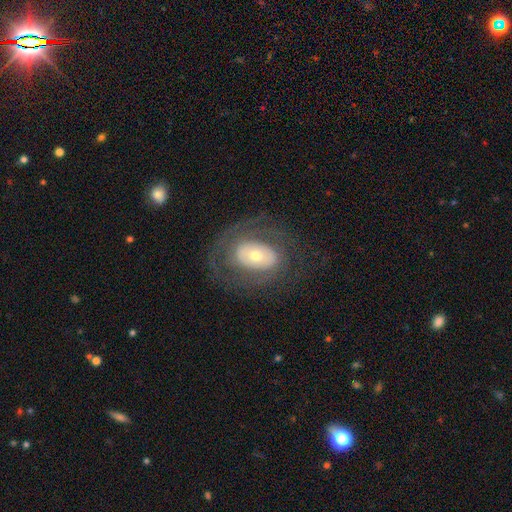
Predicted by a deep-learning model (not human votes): This appears to be a featured or disk galaxy (61%) with no bar (67%), no spiral arms (57%) and a moderate central bulge (45%). Merging: none (69%).